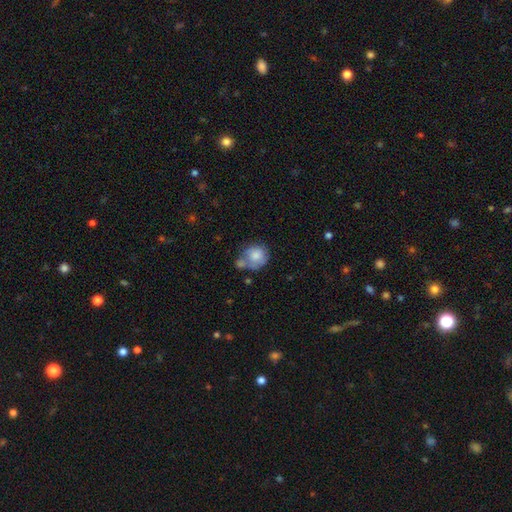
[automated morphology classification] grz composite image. It shows a smooth galaxy with no disk features (70%) that is round (75%). Merging: none (35%).